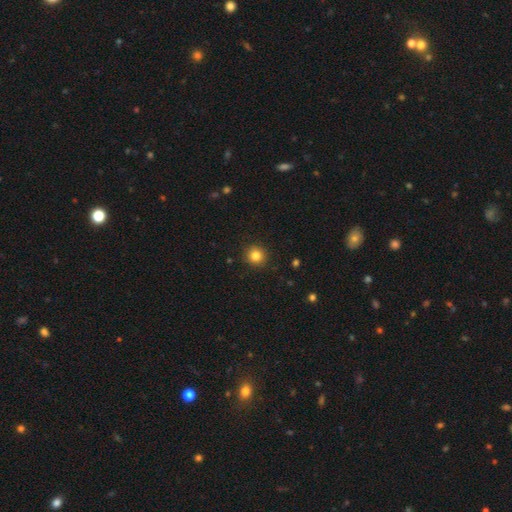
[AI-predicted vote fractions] This appears to be a smooth galaxy with no disk features (83%) that is round (93%). Merging: none (91%).